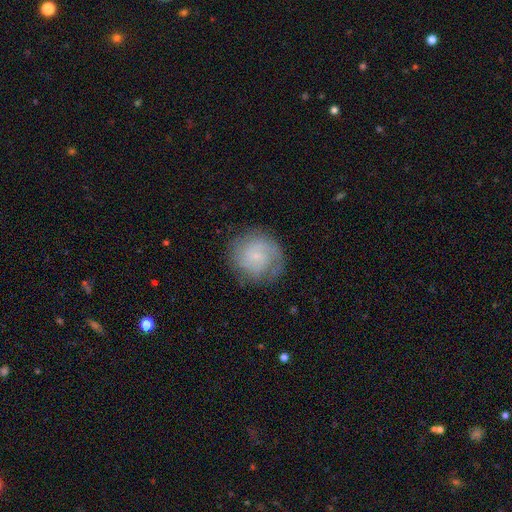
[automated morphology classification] type=featured or disk (59%); edge-on=no (98%); bar=no (61%); spiral arms=yes (88%); winding=tight (53%); arm count=2 (42%); bulge=small (79%); merging=none (77%).